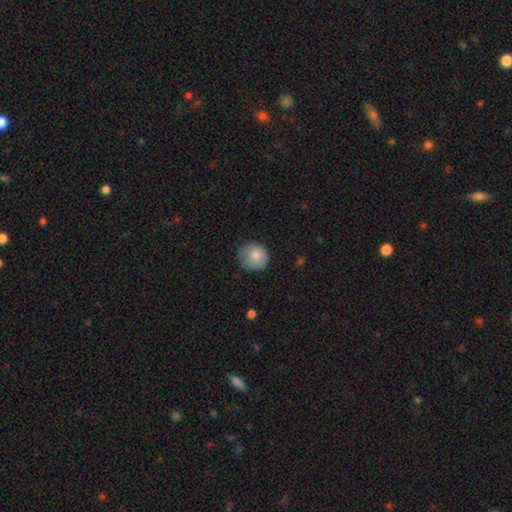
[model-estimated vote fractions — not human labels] Morphology: type=smooth (83%); roundness=round (85%); merging=none (68%).